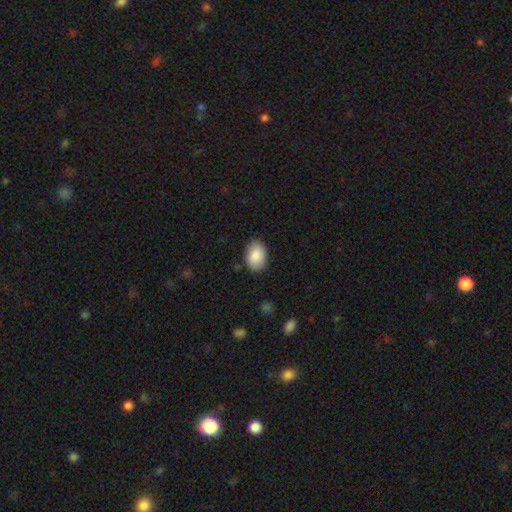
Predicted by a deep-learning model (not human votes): The model was most divided on "how rounded": in between: 83%, round: 16%, cigar-shaped: 1%. More confident: smooth or featured — smooth (88%); merging — none (85%).